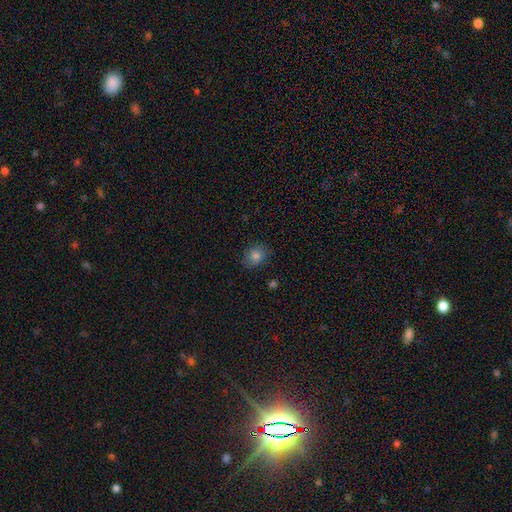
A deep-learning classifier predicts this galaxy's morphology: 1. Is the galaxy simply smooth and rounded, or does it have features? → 80% smooth, 12% star or artifact, 8% featured or disk.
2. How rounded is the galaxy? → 50% round, 49% in between, 1% cigar-shaped.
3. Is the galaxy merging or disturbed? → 84% none, 12% minor disturbance, 3% major disturbance, 1% merger.